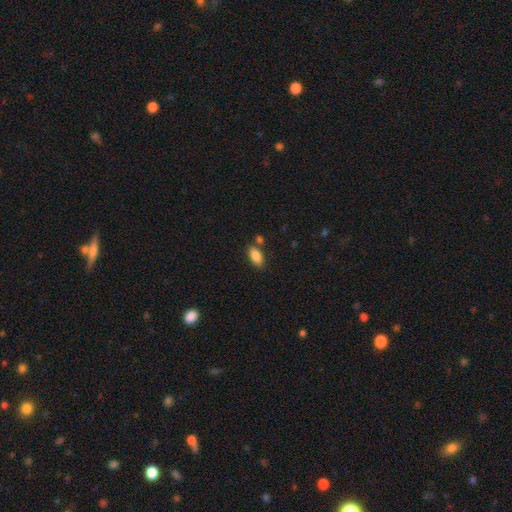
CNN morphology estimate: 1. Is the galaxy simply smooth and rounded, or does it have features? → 86% smooth, 7% star or artifact, 6% featured or disk.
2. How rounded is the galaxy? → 90% in between, 7% cigar-shaped, 3% round.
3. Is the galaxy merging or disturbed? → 73% none, 14% minor disturbance, 10% merger, 3% major disturbance.